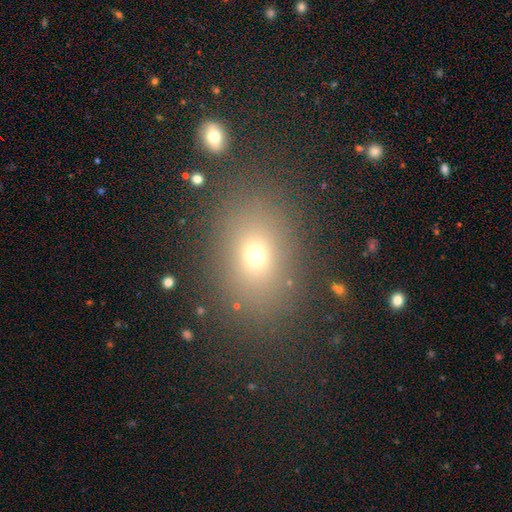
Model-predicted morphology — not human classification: smooth_or_featured: smooth (p=0.67) [alt: star or artifact p=0.21]
how_rounded: in between (p=0.62) [alt: round p=0.37]
merging: none (p=0.83) [alt: minor disturbance p=0.09]